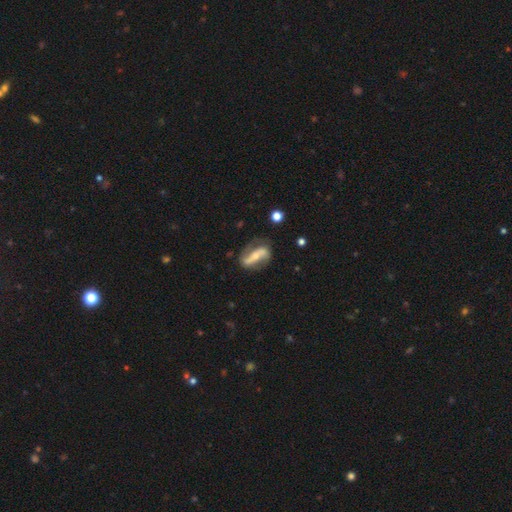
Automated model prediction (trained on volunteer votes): This is likely a featured or disk galaxy (77%). It is clearly not viewed edge-on (88%). Bar: likely strong (62%). Spiral arm pattern: clearly yes (86%). Spiral arm count: clearly 2 (88%). Spiral winding: possibly loose (50%). Central bulge: possibly small (50%). Merging: likely none (70%).